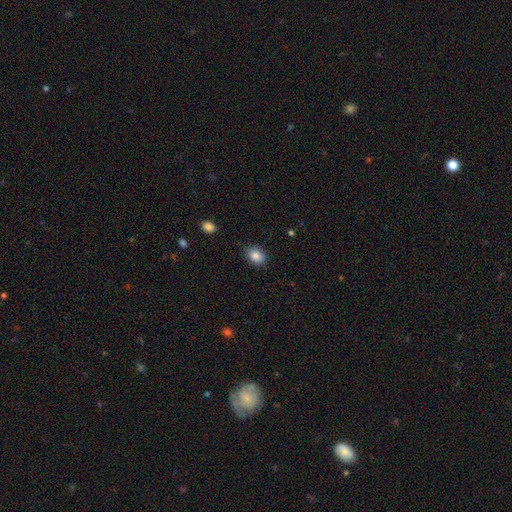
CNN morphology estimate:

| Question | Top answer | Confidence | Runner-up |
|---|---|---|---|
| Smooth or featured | smooth | 86% | star or artifact (9%) |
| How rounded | in between | 64% | round (35%) |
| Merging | none | 88% | minor disturbance (9%) |